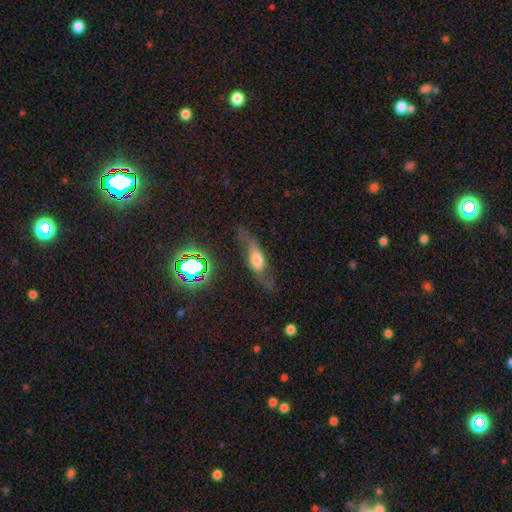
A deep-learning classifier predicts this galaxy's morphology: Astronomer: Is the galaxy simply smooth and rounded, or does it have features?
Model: featured or disk — 58%.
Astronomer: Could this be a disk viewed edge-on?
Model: no — 53% (runner-up: yes, 47%).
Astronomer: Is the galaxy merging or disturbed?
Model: none — 68%.